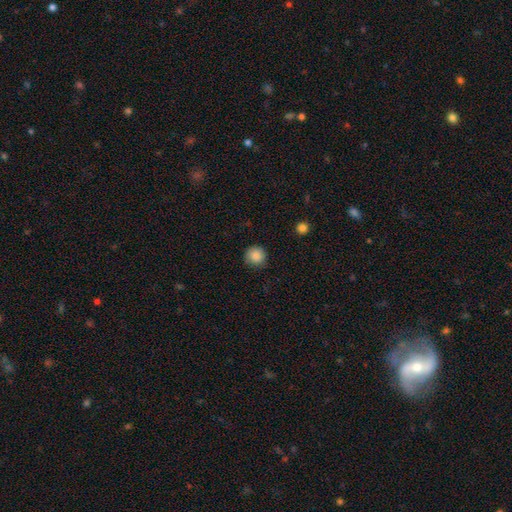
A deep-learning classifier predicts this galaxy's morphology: smooth_or_featured: smooth (p=0.87) [alt: star or artifact p=0.09]
how_rounded: round (p=0.93) [alt: in between p=0.06]
merging: none (p=0.85) [alt: minor disturbance p=0.11]